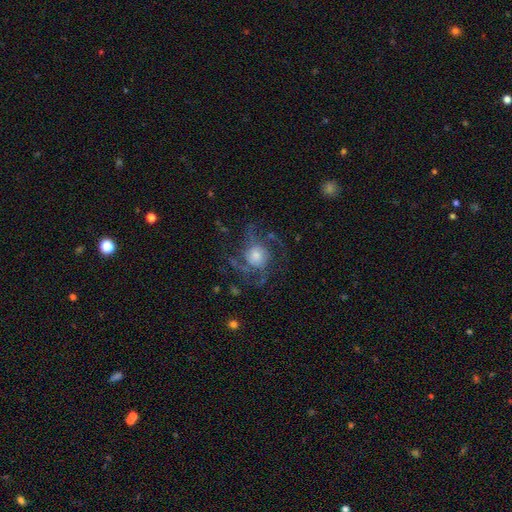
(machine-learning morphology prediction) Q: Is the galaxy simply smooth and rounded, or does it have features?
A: featured or disk — 80%.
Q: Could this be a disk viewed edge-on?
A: no — 97%.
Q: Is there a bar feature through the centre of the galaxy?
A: no — 76%.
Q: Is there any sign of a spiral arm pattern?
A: yes — 93%.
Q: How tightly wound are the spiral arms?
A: medium — 48%.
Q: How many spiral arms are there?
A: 3 — 33%.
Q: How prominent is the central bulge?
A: moderate — 44%.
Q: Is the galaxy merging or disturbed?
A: none — 65%.